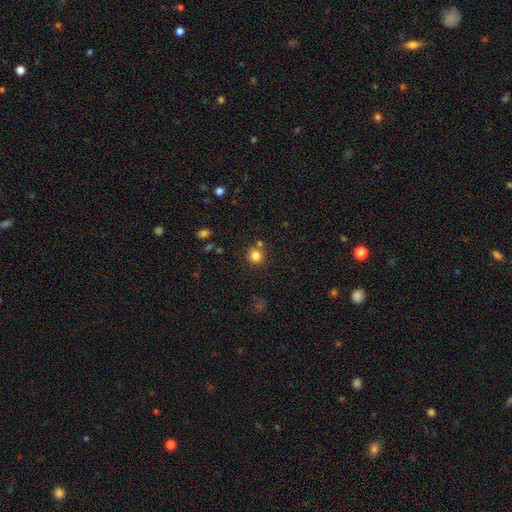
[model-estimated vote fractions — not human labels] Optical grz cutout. It shows a smooth galaxy with no disk features (81%) that is round (91%). Merging: none (77%).